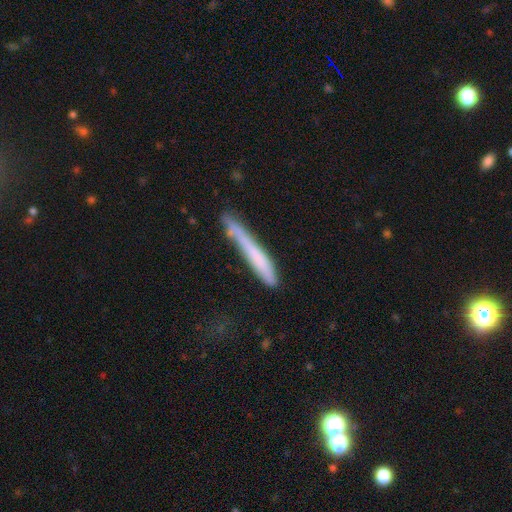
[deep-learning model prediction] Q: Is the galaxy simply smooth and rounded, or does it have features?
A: smooth — 61%.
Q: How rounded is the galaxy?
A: cigar-shaped — 96%.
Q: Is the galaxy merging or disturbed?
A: none — 64%.